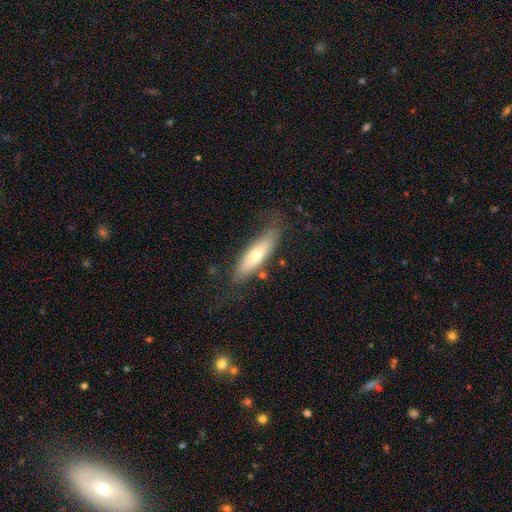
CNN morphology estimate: The model was most divided on "how rounded": cigar-shaped: 51%, in between: 46%, round: 2%. More confident: merging — none (67%); smooth or featured — smooth (57%).